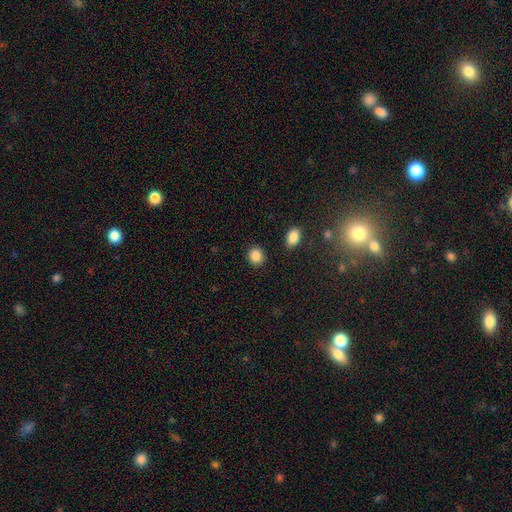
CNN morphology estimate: smooth_or_featured: smooth (p=0.88) [alt: star or artifact p=0.09]
how_rounded: round (p=0.78) [alt: in between p=0.21]
merging: none (p=0.89) [alt: minor disturbance p=0.07]